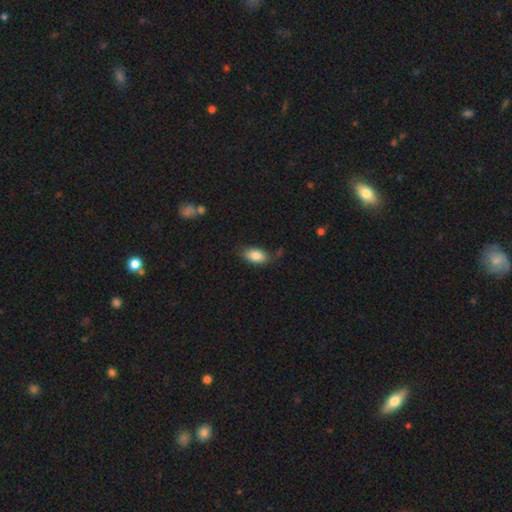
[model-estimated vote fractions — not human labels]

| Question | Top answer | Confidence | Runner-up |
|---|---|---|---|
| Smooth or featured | smooth | 84% | featured or disk (9%) |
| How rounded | in between | 91% | cigar-shaped (5%) |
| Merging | none | 77% | minor disturbance (17%) |